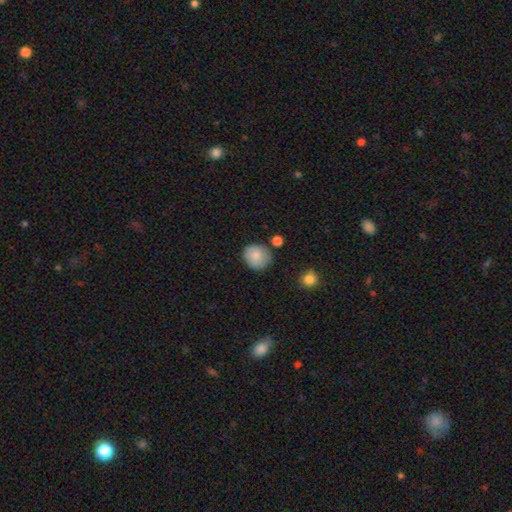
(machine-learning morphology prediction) Overall: smooth (84%). How rounded: round (85%). Merging: none (78%).